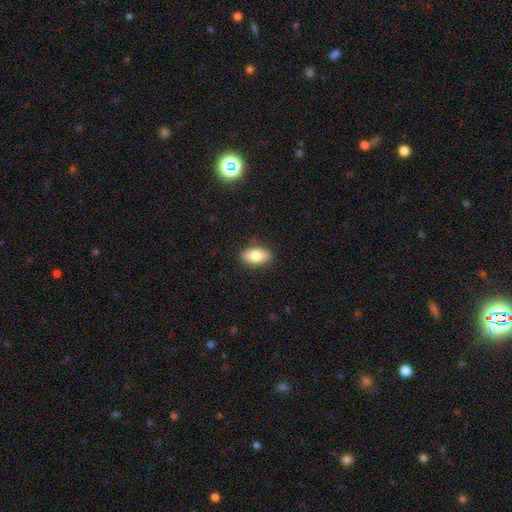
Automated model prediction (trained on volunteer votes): Q: Smooth or featured?
A: smooth (81%); runner-up: featured or disk (12%)
Q: How rounded?
A: in between (87%); runner-up: round (8%)
Q: Merging?
A: none (87%); runner-up: minor disturbance (9%)